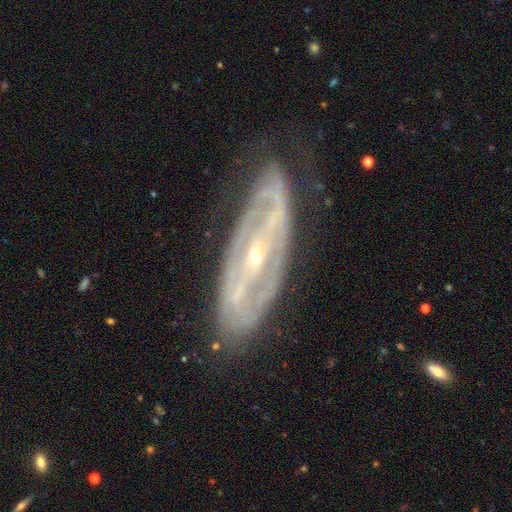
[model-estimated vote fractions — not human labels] Smooth or featured? featured or disk (86%)
Edge-on disk? no (87%)
Bar? strong (40%)
Spiral arms? yes (86%)
Spiral winding? tight (47%)
Spiral arm count? 2 (59%)
Bulge size? small (77%)
Merging? none (70%)